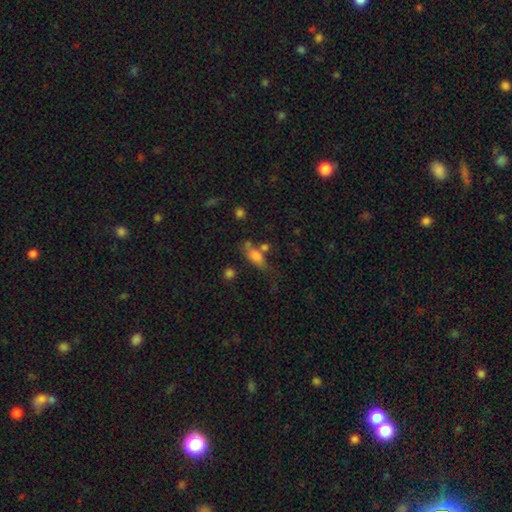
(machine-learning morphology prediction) Smooth or featured? Predicted: smooth (p=0.71). How rounded? Predicted: in between (p=0.66). Merging? Predicted: none (p=0.45).